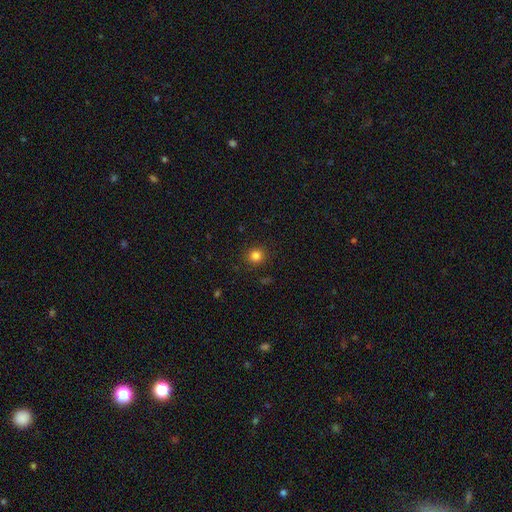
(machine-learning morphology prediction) smooth_or_featured: smooth (p=0.83) [alt: star or artifact p=0.13]
how_rounded: round (p=0.91) [alt: in between p=0.08]
merging: none (p=0.90) [alt: minor disturbance p=0.06]